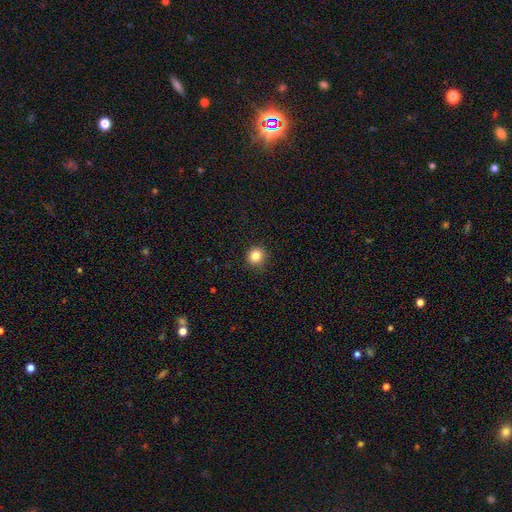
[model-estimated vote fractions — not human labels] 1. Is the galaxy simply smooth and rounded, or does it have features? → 83% smooth, 12% star or artifact, 5% featured or disk.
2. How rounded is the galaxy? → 92% round, 7% in between, 1% cigar-shaped.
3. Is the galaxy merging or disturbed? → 90% none, 7% minor disturbance, 2% major disturbance, 1% merger.